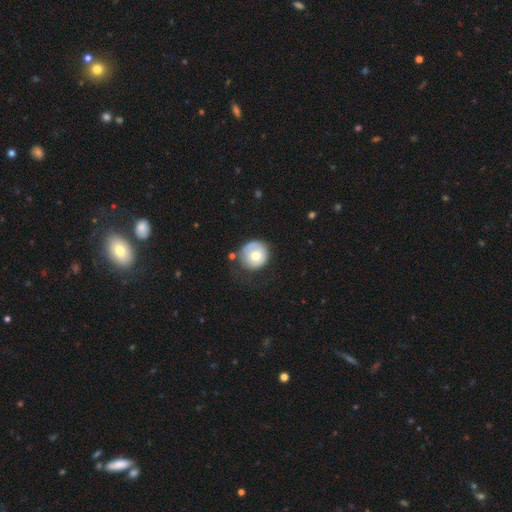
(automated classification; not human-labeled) The model was most divided on "merging": none: 54%, minor disturbance: 27%, major disturbance: 15%, merger: 5%. More confident: how rounded — round (90%); smooth or featured — smooth (61%).